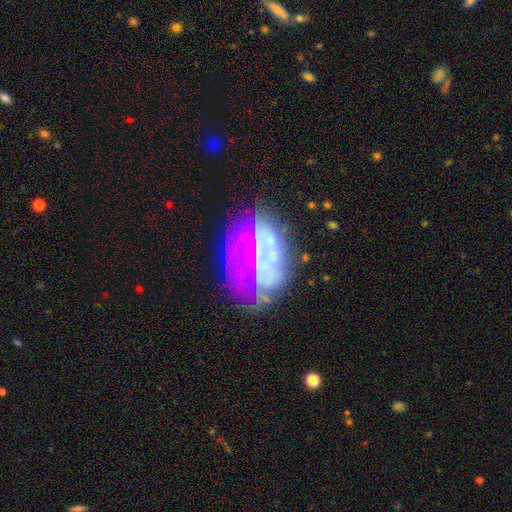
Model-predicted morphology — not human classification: smooth-or-featured: featured or disk: 57% | smooth: 27% | star or artifact: 16%
  disk-edge-on: no: 95% | yes: 5%
    bar: no: 73% | weak: 17% | strong: 10%
    has-spiral-arms: no: 70% | yes: 30%
    bulge-size: none: 64% | small: 23% | moderate: 9% | large: 3% | dominant: 2%
  merging: none: 41% | major disturbance: 29% | minor disturbance: 24% | merger: 6%